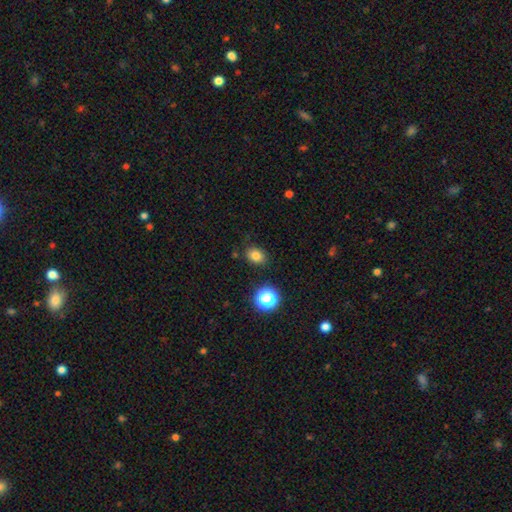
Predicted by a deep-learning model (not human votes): A smooth galaxy with no disk features (79%) that is in between round and cigar-shaped (58%).

Vote fractions:
- Smooth or featured? smooth: 79% / star or artifact: 14% / featured or disk: 7%
- How rounded? in between: 58% / round: 42% / cigar-shaped: 1%
- Merging? none: 81% / minor disturbance: 13% / major disturbance: 3% / merger: 3%